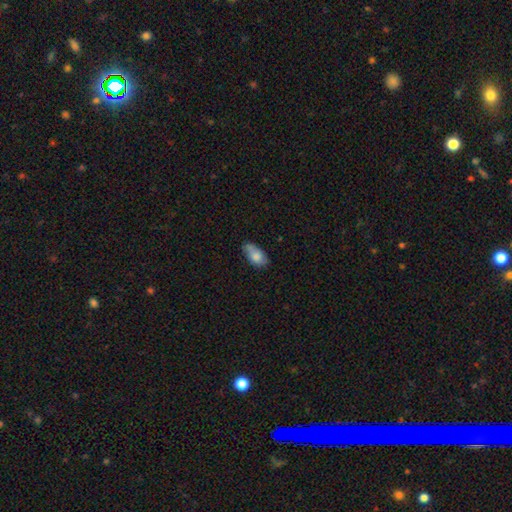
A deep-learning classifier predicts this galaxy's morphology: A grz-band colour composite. It shows a smooth galaxy with no disk features (78%) that is in between round and cigar-shaped (92%). Merging: none (58%).